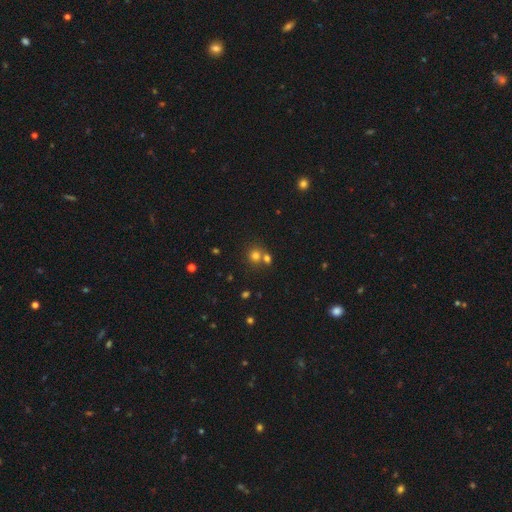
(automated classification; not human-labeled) Smooth or featured? Predicted: smooth (p=0.74). How rounded? Predicted: round (p=0.87). Merging? Predicted: none (p=0.56).